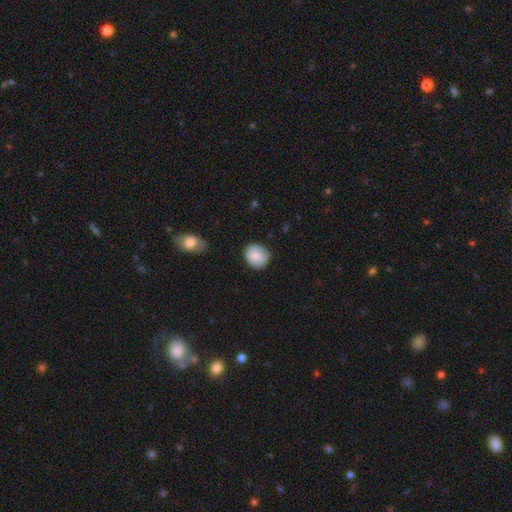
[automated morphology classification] This appears to be a smooth galaxy with no disk features (83%) that is round (79%). Merging: none (82%).